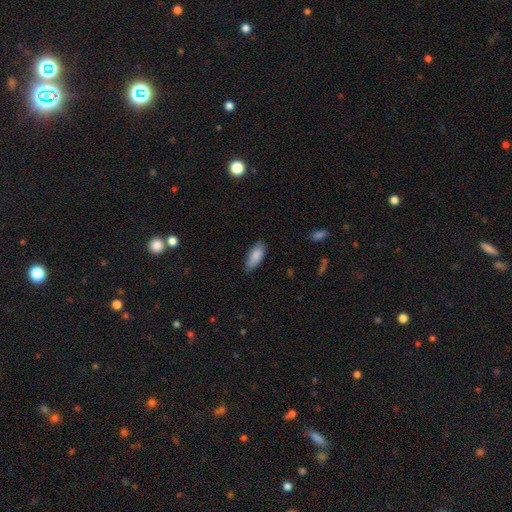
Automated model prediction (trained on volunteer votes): Q: Smooth or featured?
A: smooth (87%); runner-up: featured or disk (7%)
Q: How rounded?
A: in between (84%); runner-up: cigar-shaped (14%)
Q: Merging?
A: none (80%); runner-up: minor disturbance (16%)